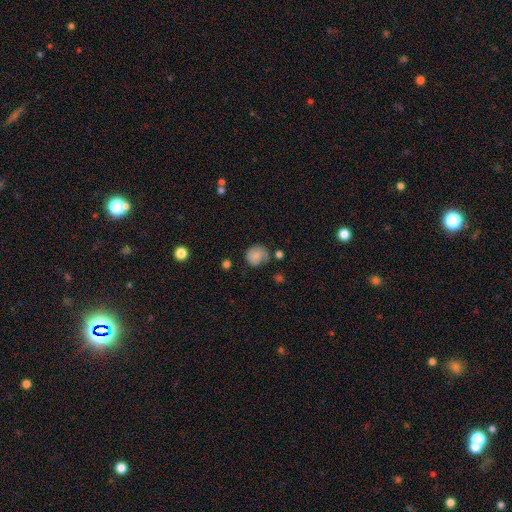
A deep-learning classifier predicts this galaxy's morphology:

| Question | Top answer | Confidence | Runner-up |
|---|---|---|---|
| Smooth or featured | smooth | 77% | featured or disk (14%) |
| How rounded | round | 81% | in between (18%) |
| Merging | none | 57% | minor disturbance (27%) |